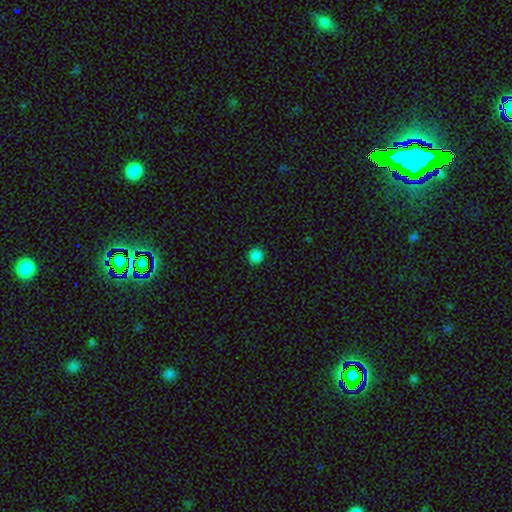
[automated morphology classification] smooth_or_featured: smooth (p=0.86) [alt: star or artifact p=0.12]
how_rounded: round (p=0.94) [alt: in between p=0.05]
merging: none (p=0.93) [alt: minor disturbance p=0.05]